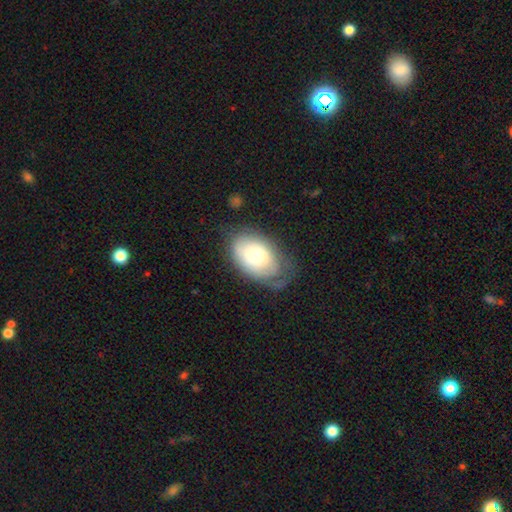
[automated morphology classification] smooth_or_featured: smooth (p=0.64) [alt: featured or disk p=0.29]
how_rounded: in between (p=0.86) [alt: round p=0.13]
merging: none (p=0.52) [alt: minor disturbance p=0.30]